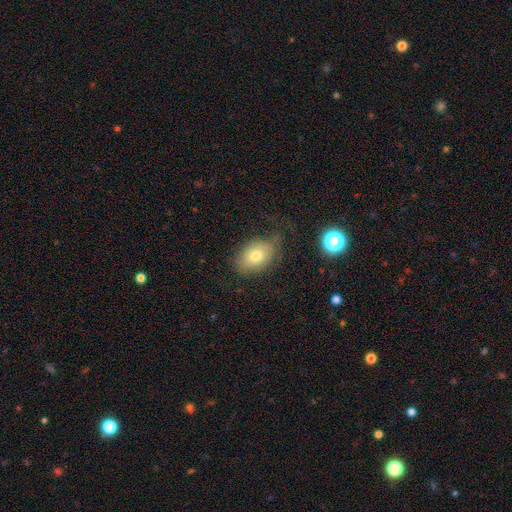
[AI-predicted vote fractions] smooth-or-featured: smooth: 76% | featured or disk: 15% | star or artifact: 9%
  how-rounded: in between: 80% | round: 19% | cigar-shaped: 1%
  merging: none: 62% | minor disturbance: 24% | major disturbance: 12% | merger: 2%